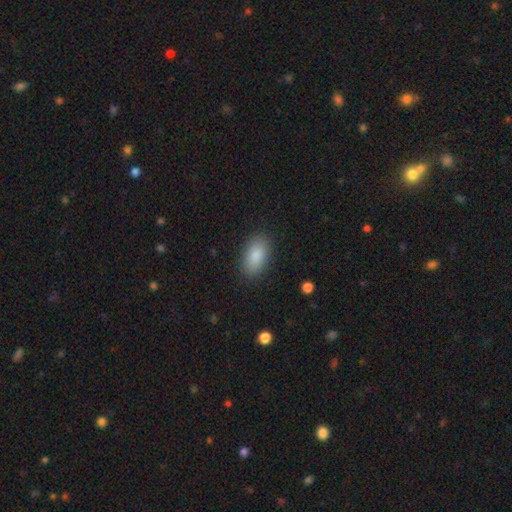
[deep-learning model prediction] This is clearly a smooth galaxy (86%). How rounded: clearly in between (93%). Merging: clearly none (87%).